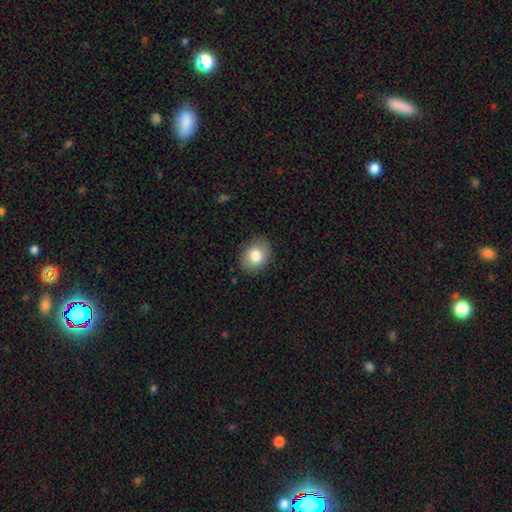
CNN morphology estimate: A smooth galaxy with no disk features (80%) that is in between round and cigar-shaped (59%).

Vote fractions:
- Smooth or featured? smooth: 80% / featured or disk: 11% / star or artifact: 8%
- How rounded? in between: 59% / round: 40% / cigar-shaped: 1%
- Merging? none: 86% / minor disturbance: 10% / major disturbance: 3% / merger: 1%